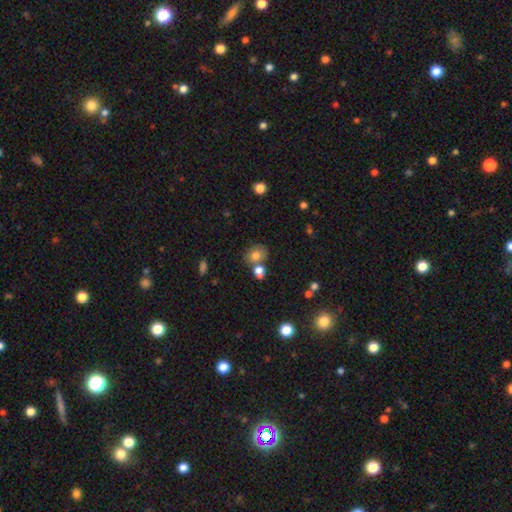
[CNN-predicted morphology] Smooth or featured? smooth (77%)
How rounded? round (50%)
Merging? none (56%)